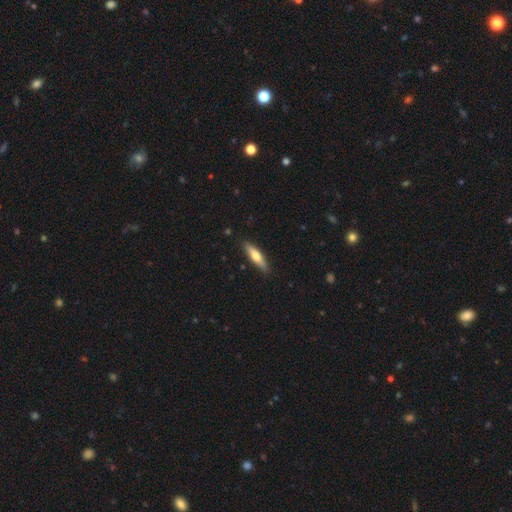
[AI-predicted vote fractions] smooth-or-featured: smooth: 61% | featured or disk: 33% | star or artifact: 5%
  how-rounded: cigar-shaped: 71% | in between: 27% | round: 2%
  merging: none: 85% | minor disturbance: 12% | major disturbance: 2% | merger: 1%